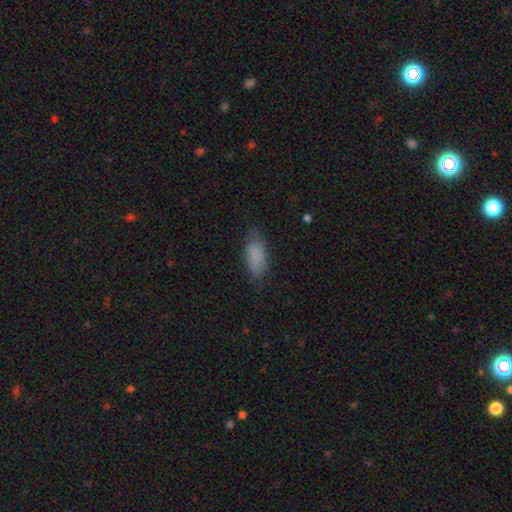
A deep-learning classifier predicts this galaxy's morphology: smooth-or-featured: smooth: 84% | featured or disk: 8% | star or artifact: 8%
  how-rounded: in between: 83% | cigar-shaped: 14% | round: 2%
  merging: none: 68% | minor disturbance: 24% | major disturbance: 7% | merger: 1%